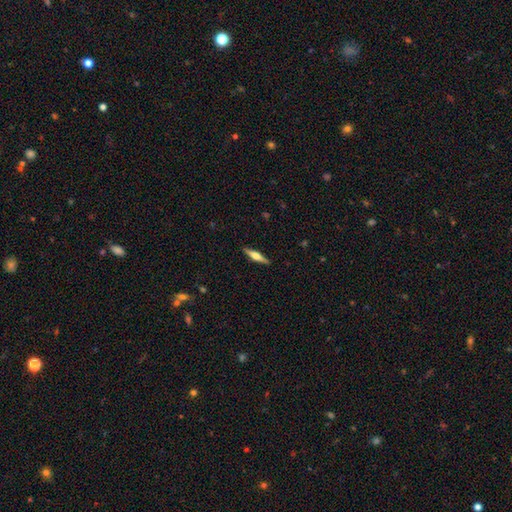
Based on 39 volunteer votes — Smooth or featured? 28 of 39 (72%) said featured or disk. Edge-on disk? 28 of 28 (100%) said yes. Edge-on bulge? 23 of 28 (82%) said rounded. Merging? 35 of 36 (97%) said none.